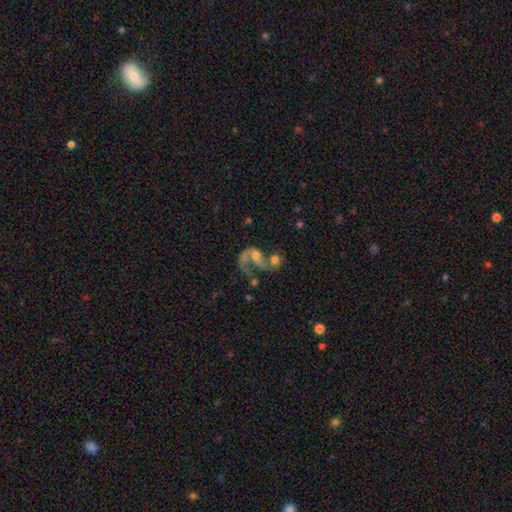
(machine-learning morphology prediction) The model was most divided on "bulge size": moderate: 40%, small: 29%, none: 18%, large: 11%, dominant: 3%. Remaining: edge-on disk — no (98%); spiral arms — yes (76%); spiral arm count — 1 (69%); smooth or featured — featured or disk (68%); bar — no (68%); spiral winding — loose (66%); merging — merger (48%).